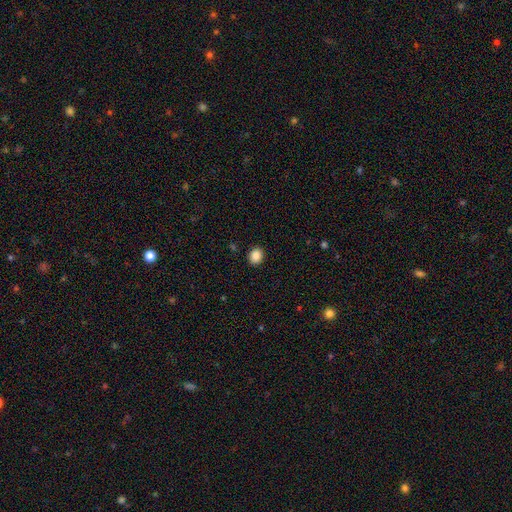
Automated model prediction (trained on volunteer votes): Q: Smooth or featured?
A: smooth (88%); runner-up: star or artifact (9%)
Q: How rounded?
A: round (62%); runner-up: in between (37%)
Q: Merging?
A: none (91%); runner-up: minor disturbance (6%)